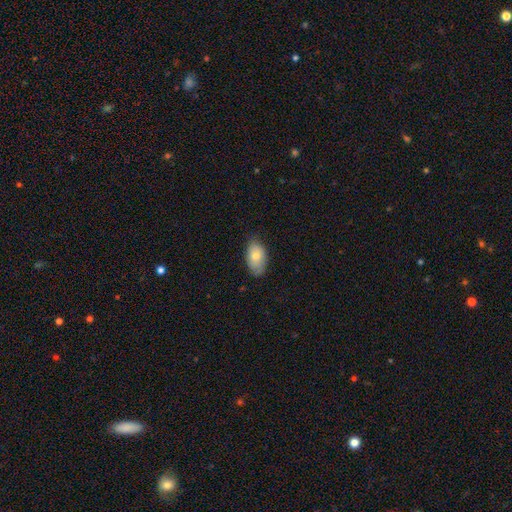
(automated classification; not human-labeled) Smooth or featured? Predicted: smooth (p=0.75). How rounded? Predicted: in between (p=0.92). Merging? Predicted: none (p=0.70).